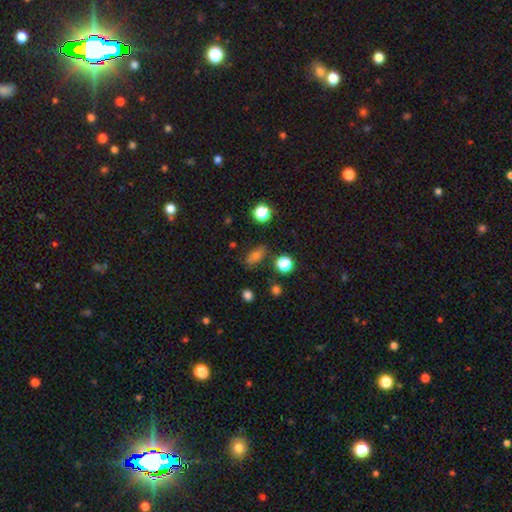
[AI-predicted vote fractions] Smooth or featured? Predicted: smooth (p=0.66). How rounded? Predicted: in between (p=0.72). Merging? Predicted: none (p=0.75).